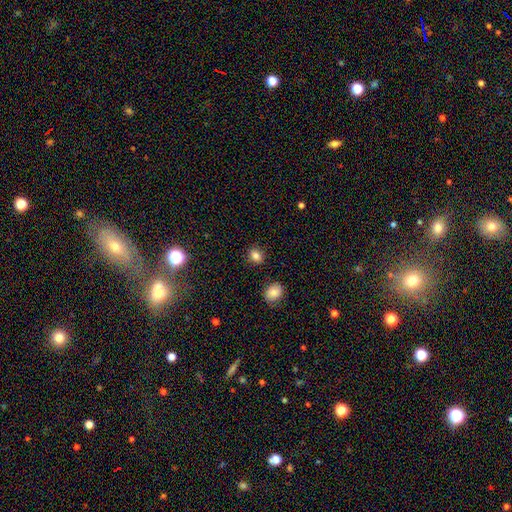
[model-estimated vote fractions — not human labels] Smooth or featured?
  - smooth: 82% *
  - star or artifact: 12%
  - featured or disk: 6%
How rounded?
  - round: 68% *
  - in between: 31%
  - cigar-shaped: 1%
Merging?
  - none: 89% *
  - minor disturbance: 7%
  - major disturbance: 2%
  - merger: 2%